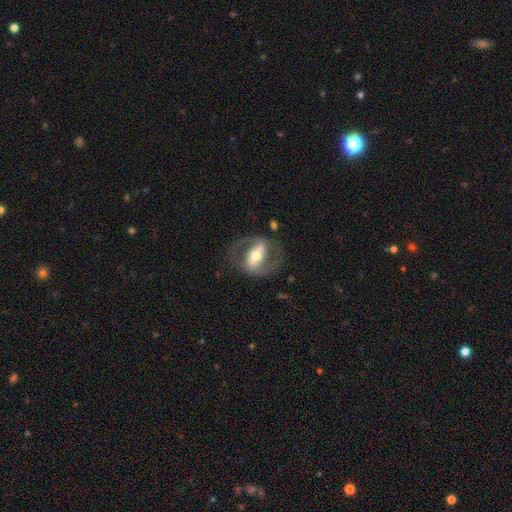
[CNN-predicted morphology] Smooth or featured? featured or disk (80%)
Edge-on disk? no (94%)
Bar? strong (59%)
Spiral arms? yes (83%)
Spiral winding? medium (54%)
Spiral arm count? 2 (88%)
Bulge size? moderate (67%)
Merging? none (73%)